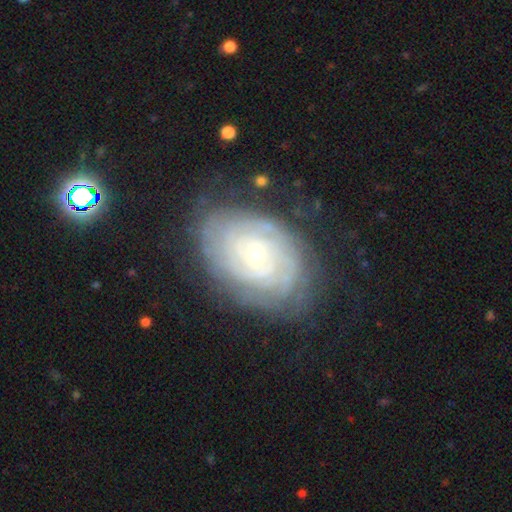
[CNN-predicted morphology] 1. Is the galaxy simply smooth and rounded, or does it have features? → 81% featured or disk, 13% smooth, 6% star or artifact.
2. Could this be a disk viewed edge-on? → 96% no, 4% yes.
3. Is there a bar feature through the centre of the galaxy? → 68% no, 26% weak, 6% strong.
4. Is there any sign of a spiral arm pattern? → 93% yes, 7% no.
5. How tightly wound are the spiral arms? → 82% tight, 15% medium, 3% loose.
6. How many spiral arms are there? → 47% can't tell, 17% 2, 12% 4, 11% 3, 8% more than 4, 5% 1.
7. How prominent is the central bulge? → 74% small, 22% moderate, 2% large, 2% none, 1% dominant.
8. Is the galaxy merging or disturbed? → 74% none, 18% minor disturbance, 7% major disturbance, 1% merger.